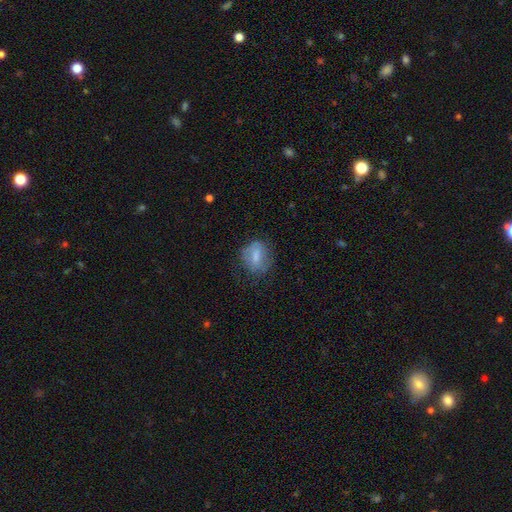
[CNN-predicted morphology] This appears to be a smooth galaxy with no disk features (64%) that is in between round and cigar-shaped (51%). Merging: none (63%).